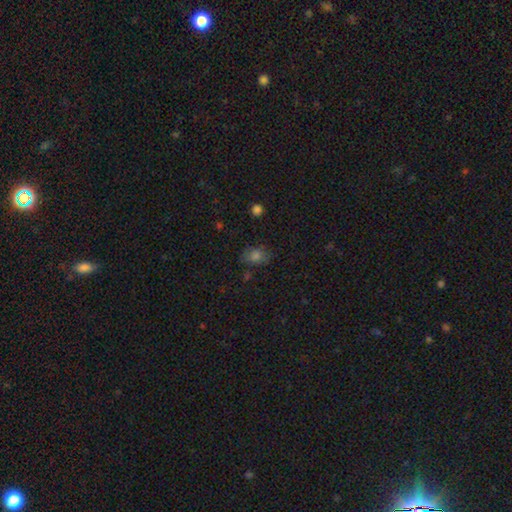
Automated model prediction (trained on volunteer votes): smooth_or_featured: smooth (p=0.68) [alt: star or artifact p=0.21]
how_rounded: in between (p=0.66) [alt: round p=0.32]
merging: none (p=0.76) [alt: minor disturbance p=0.17]